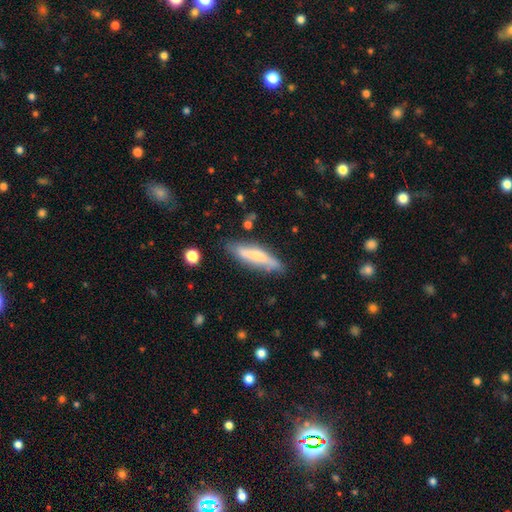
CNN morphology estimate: smooth_or_featured: smooth (p=0.57) [alt: featured or disk p=0.37]
how_rounded: cigar-shaped (p=0.75) [alt: in between p=0.24]
merging: none (p=0.77) [alt: minor disturbance p=0.17]